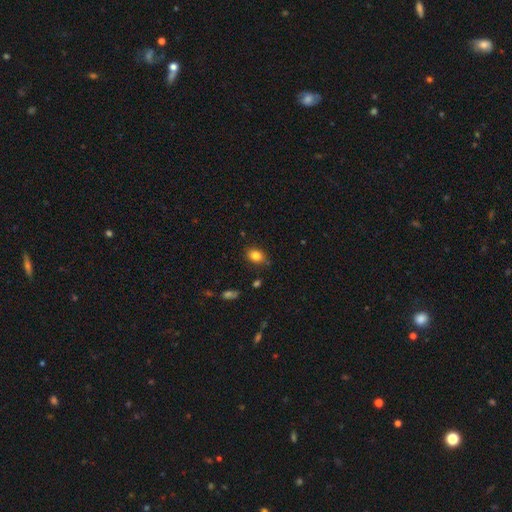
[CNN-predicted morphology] Smooth or featured: smooth — 83% (star or artifact — 10%)
How rounded: in between — 70% (round — 29%)
Merging: none — 81% (minor disturbance — 14%)